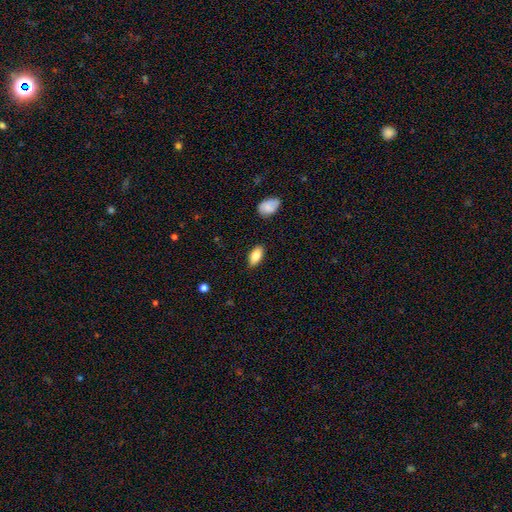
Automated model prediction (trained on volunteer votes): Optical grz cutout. It shows a smooth galaxy with no disk features (83%) that is in between round and cigar-shaped (91%). Merging: none (87%).